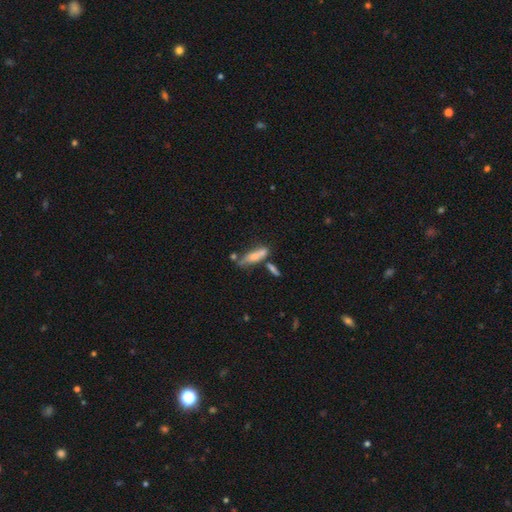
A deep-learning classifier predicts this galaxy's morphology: Smooth or featured?
  - smooth: 61% *
  - featured or disk: 31%
  - star or artifact: 8%
How rounded?
  - cigar-shaped: 58% *
  - in between: 39%
  - round: 3%
Merging?
  - none: 43% *
  - merger: 25%
  - minor disturbance: 21%
  - major disturbance: 10%